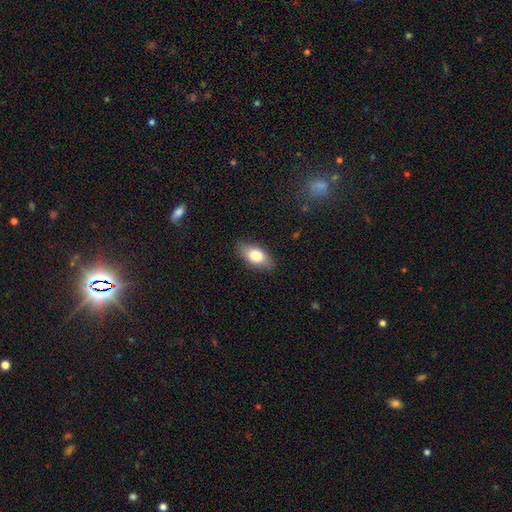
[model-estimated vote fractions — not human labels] Smooth or featured?
  - smooth: 77% *
  - featured or disk: 16%
  - star or artifact: 7%
How rounded?
  - in between: 89% *
  - cigar-shaped: 6%
  - round: 5%
Merging?
  - none: 84% *
  - minor disturbance: 13%
  - major disturbance: 3%
  - merger: 1%